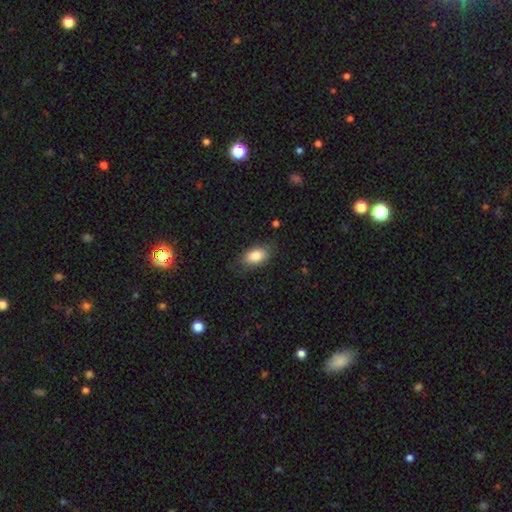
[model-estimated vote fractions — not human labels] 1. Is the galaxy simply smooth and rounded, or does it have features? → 83% smooth, 10% featured or disk, 7% star or artifact.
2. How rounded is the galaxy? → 90% in between, 8% round, 2% cigar-shaped.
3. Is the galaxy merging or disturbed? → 77% none, 17% minor disturbance, 4% major disturbance, 1% merger.